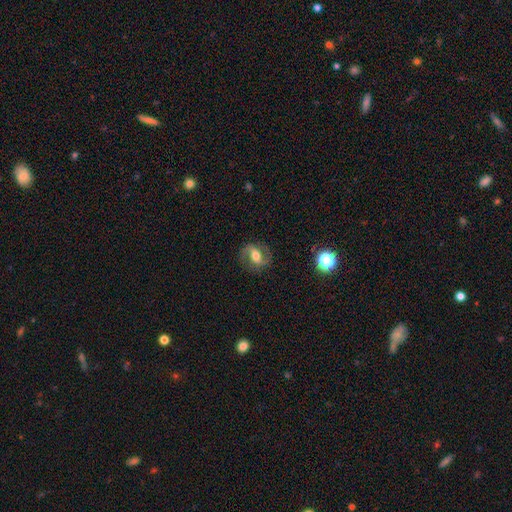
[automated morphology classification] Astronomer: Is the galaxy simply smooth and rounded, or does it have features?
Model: featured or disk — 76%.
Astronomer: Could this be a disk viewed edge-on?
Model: no — 96%.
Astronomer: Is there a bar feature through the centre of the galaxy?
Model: weak — 39% (runner-up: strong, 37%).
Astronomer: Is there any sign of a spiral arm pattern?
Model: yes — 92%.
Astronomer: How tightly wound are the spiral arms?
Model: medium — 53%.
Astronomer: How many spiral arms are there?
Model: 2 — 91%.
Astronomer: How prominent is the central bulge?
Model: moderate — 65%.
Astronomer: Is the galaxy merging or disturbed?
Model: none — 80%.